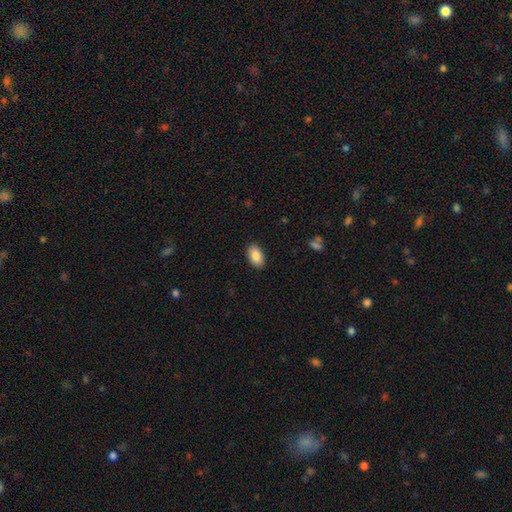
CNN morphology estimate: smooth 88%, star or artifact 7%, featured or disk 6%. Down the decision tree: how rounded — in between (93%); merging — none (89%).